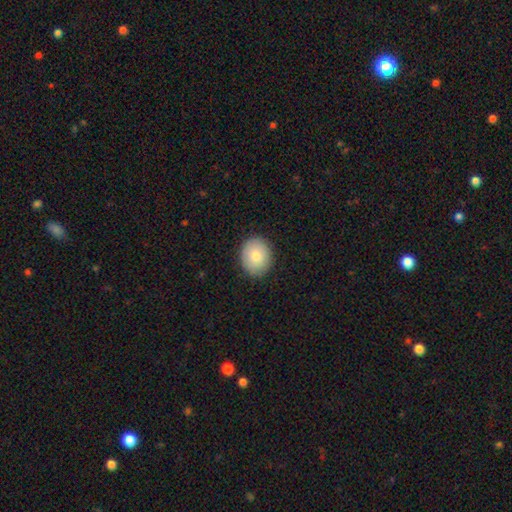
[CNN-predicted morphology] Smooth or featured?
  - smooth: 82% *
  - featured or disk: 11%
  - star or artifact: 7%
How rounded?
  - round: 57% *
  - in between: 42%
  - cigar-shaped: 1%
Merging?
  - none: 88% *
  - minor disturbance: 9%
  - major disturbance: 2%
  - merger: 1%